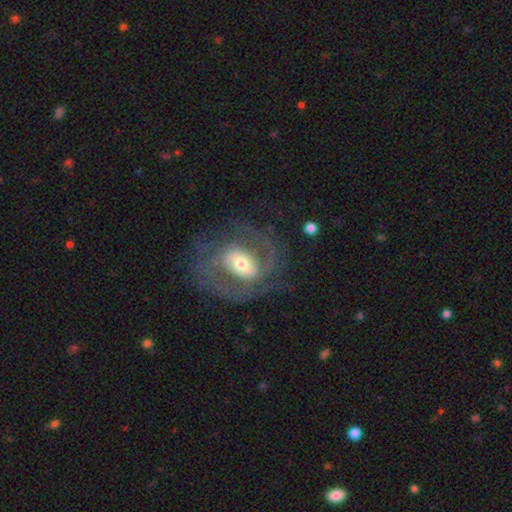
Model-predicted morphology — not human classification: Smooth or featured? Predicted: featured or disk (p=0.80). Edge-on disk? Predicted: no (p=0.97). Bar? Predicted: weak (p=0.39). Spiral arms? Predicted: yes (p=0.84). Spiral winding? Predicted: medium (p=0.46). Spiral arm count? Predicted: 2 (p=0.65). Bulge size? Predicted: moderate (p=0.60). Merging? Predicted: none (p=0.64).